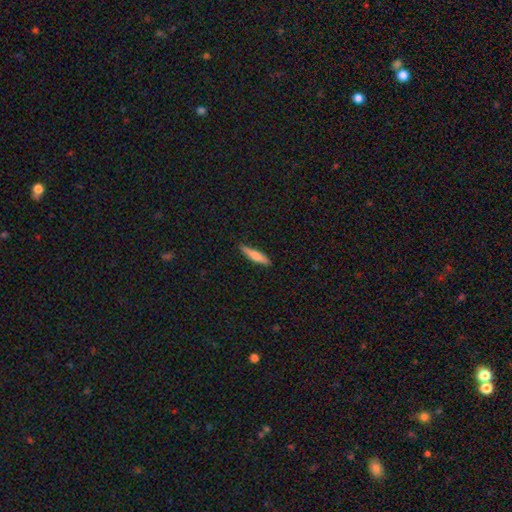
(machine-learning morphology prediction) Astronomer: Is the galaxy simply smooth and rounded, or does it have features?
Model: smooth — 72%.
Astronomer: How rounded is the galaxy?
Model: cigar-shaped — 86%.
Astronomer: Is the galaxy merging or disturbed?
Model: none — 89%.